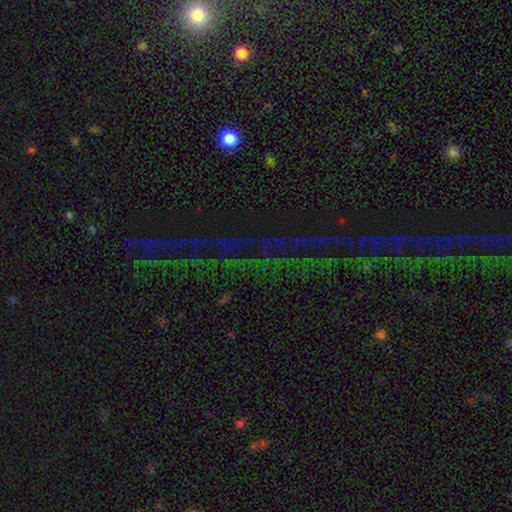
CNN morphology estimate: Smooth or featured: star or artifact — 78% (smooth — 12%)